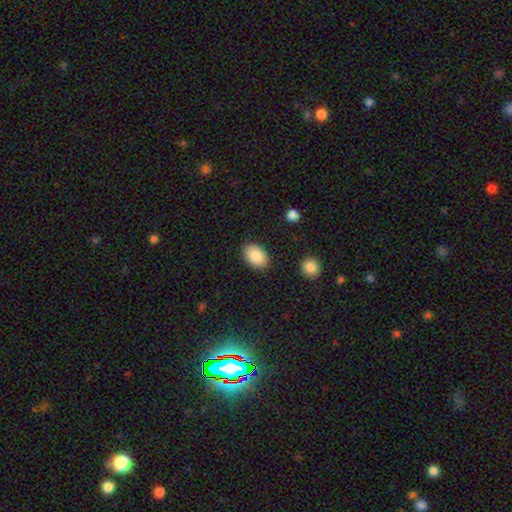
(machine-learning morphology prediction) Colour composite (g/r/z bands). It shows a smooth galaxy with no disk features (88%) that is in between round and cigar-shaped (88%). Merging: none (87%).